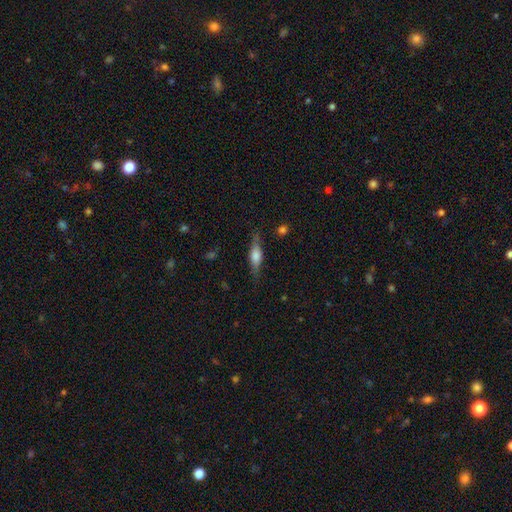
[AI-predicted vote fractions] A featured or disk galaxy (47%). Merging: none (79%).